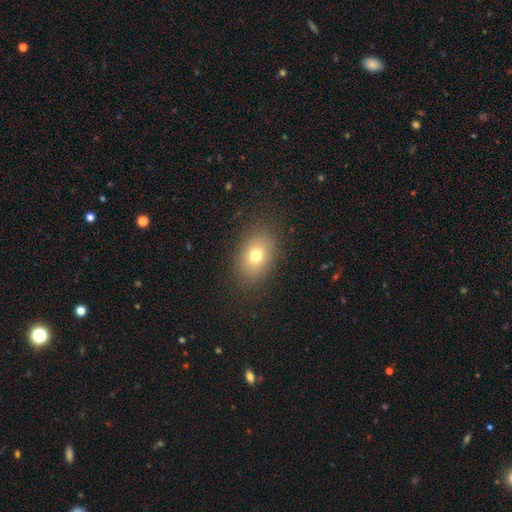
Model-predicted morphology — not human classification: A smooth galaxy with no disk features (74%) that is in between round and cigar-shaped (74%). Merging: none (86%).